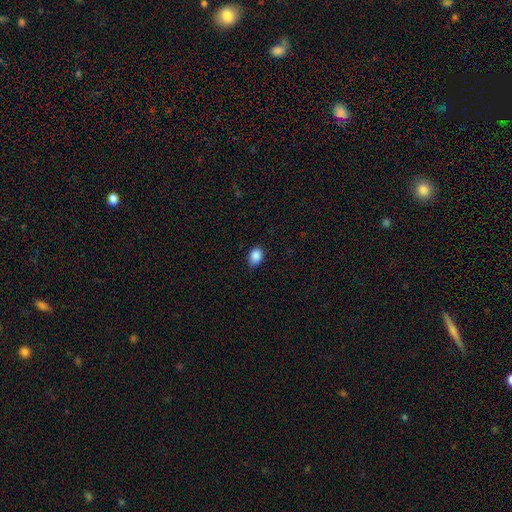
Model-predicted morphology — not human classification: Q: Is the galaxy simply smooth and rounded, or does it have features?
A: smooth — 88%.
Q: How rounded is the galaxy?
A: in between — 76%.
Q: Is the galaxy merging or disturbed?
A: none — 79%.